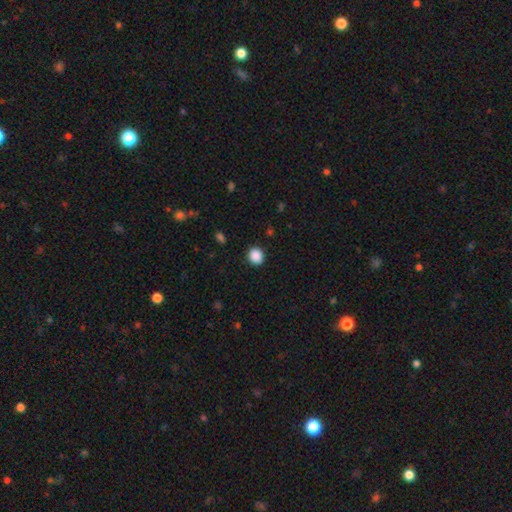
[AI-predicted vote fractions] smooth 89%, star or artifact 9%, featured or disk 2%. Down the decision tree: how rounded — round (81%); merging — none (91%).